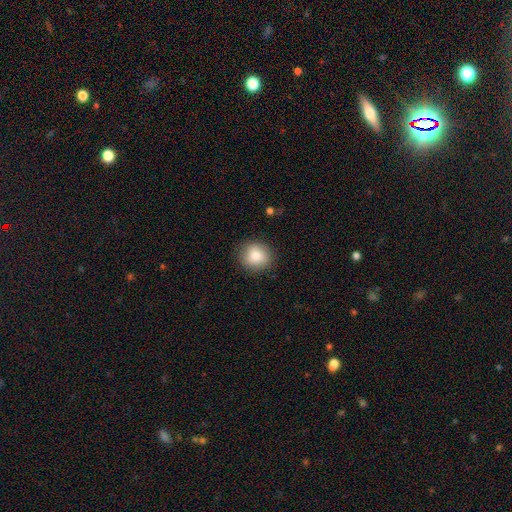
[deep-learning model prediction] This is clearly a smooth galaxy (84%). How rounded: clearly round (83%). Merging: clearly none (88%).